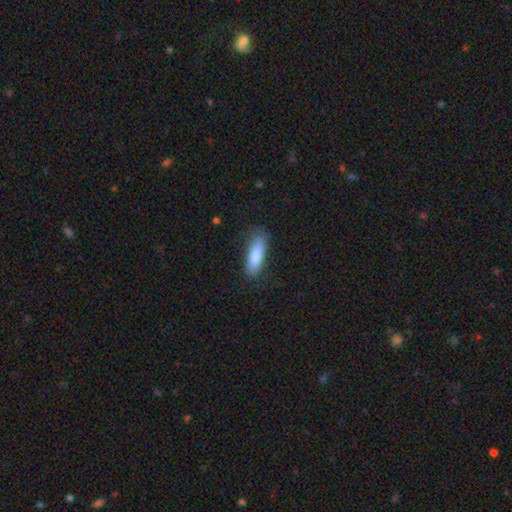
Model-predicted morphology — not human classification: Smooth or featured: smooth — 80% (featured or disk — 14%)
How rounded: in between — 57% (cigar-shaped — 41%)
Merging: none — 75% (minor disturbance — 18%)